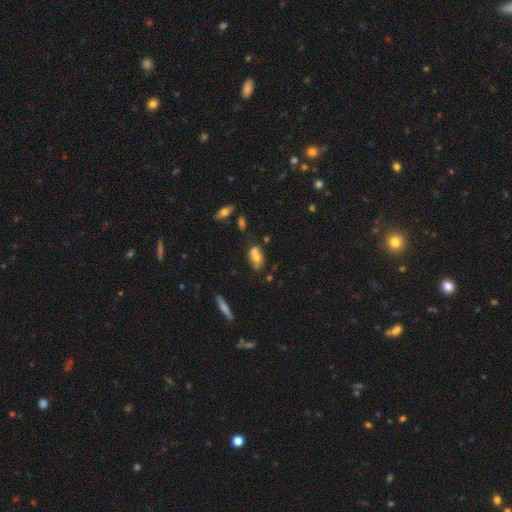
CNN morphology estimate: Smooth or featured? Predicted: smooth (p=0.57). How rounded? Predicted: in between (p=0.78). Merging? Predicted: merger (p=0.41).